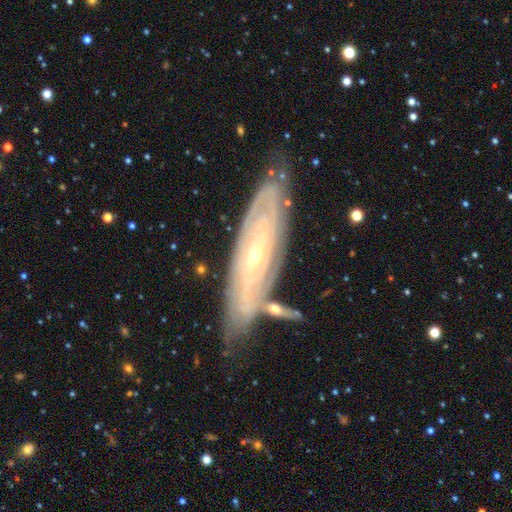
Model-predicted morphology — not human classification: A featured or disk galaxy (82%) with no bar (69%), tight (78%) spiral arms (90%) and a small central bulge (75%).

Vote fractions:
- Smooth or featured? featured or disk: 82% / smooth: 11% / star or artifact: 7%
- Edge-on disk? no: 75% / yes: 25%
- Bar? no: 69% / weak: 23% / strong: 8%
- Spiral arms? yes: 90% / no: 10%
- Spiral winding? tight: 78% / medium: 17% / loose: 5%
- Spiral arm count? can't tell: 58% / 2: 13% / 4: 9% / 3: 9% / more than 4: 6% / 1: 4%
- Bulge size? small: 75% / moderate: 22% / large: 1% / none: 1% / dominant: 1%
- Merging? none: 77% / minor disturbance: 16% / major disturbance: 4% / merger: 4%